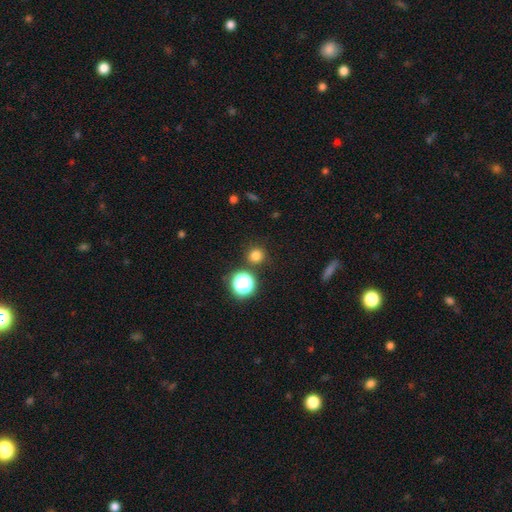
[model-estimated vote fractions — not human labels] smooth_or_featured: smooth (p=0.77) [alt: star or artifact p=0.19]
how_rounded: round (p=0.93) [alt: in between p=0.06]
merging: none (p=0.87) [alt: minor disturbance p=0.07]